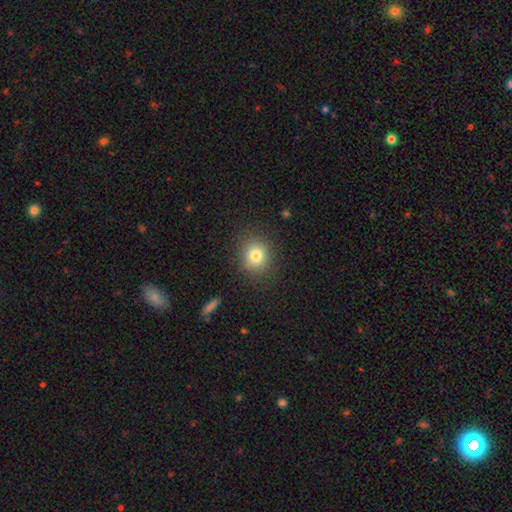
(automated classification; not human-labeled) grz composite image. It shows a smooth galaxy with no disk features (80%) that is round (80%). Merging: none (87%).